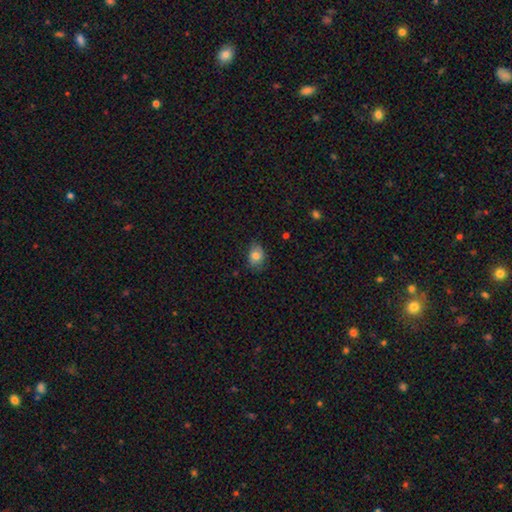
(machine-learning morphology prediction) Smooth or featured: smooth — 79% (featured or disk — 12%)
How rounded: in between — 62% (round — 37%)
Merging: none — 67% (minor disturbance — 26%)